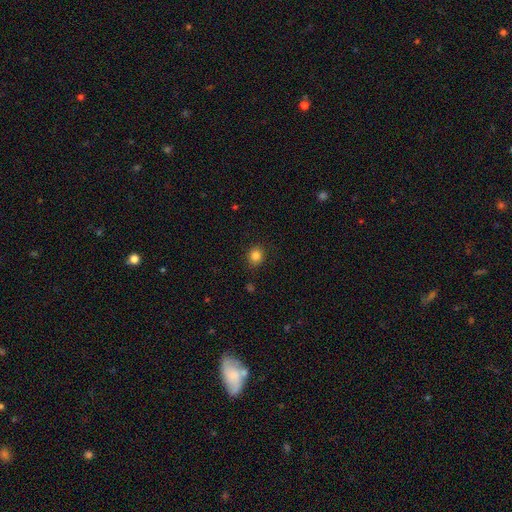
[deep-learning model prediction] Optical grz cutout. It shows a smooth galaxy with no disk features (83%) that is round (76%). Merging: none (88%).